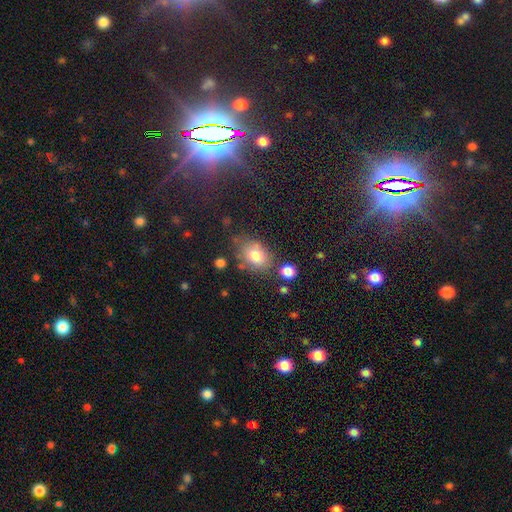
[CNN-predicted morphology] Smooth or featured? smooth (79%)
How rounded? in between (70%)
Merging? none (60%)